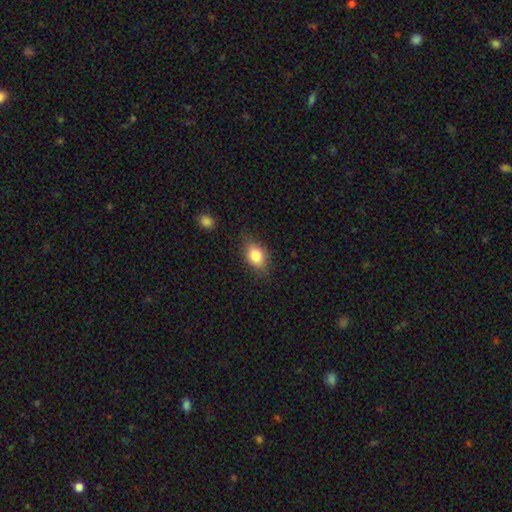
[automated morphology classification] type=smooth (81%); roundness=in between (78%); merging=none (77%).